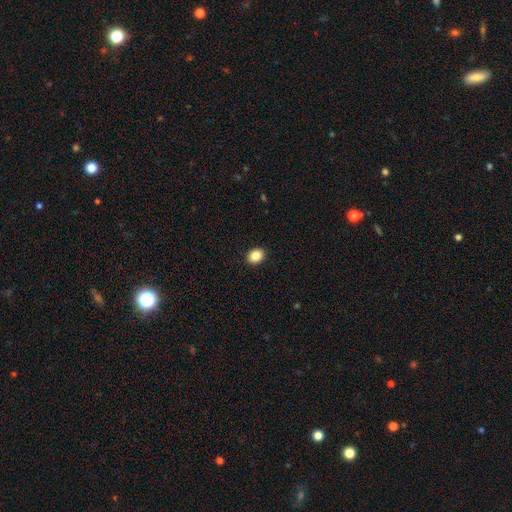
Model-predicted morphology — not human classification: Smooth or featured?
  - smooth: 86% *
  - star or artifact: 9%
  - featured or disk: 5%
How rounded?
  - in between: 53% *
  - round: 46%
  - cigar-shaped: 1%
Merging?
  - none: 91% *
  - minor disturbance: 6%
  - major disturbance: 2%
  - merger: 1%